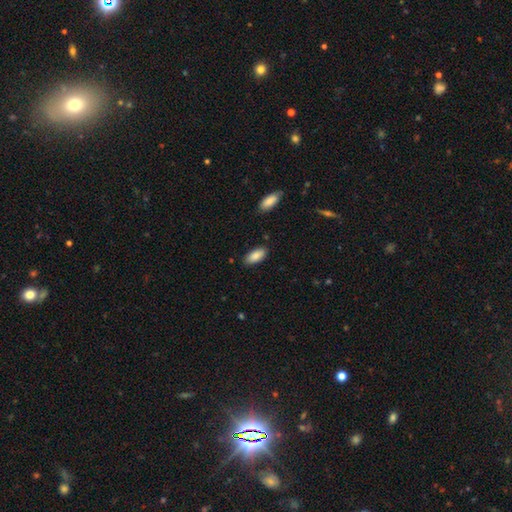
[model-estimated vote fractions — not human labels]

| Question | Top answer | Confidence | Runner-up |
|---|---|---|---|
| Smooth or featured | smooth | 88% | star or artifact (6%) |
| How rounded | in between | 89% | cigar-shaped (9%) |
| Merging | none | 86% | minor disturbance (10%) |